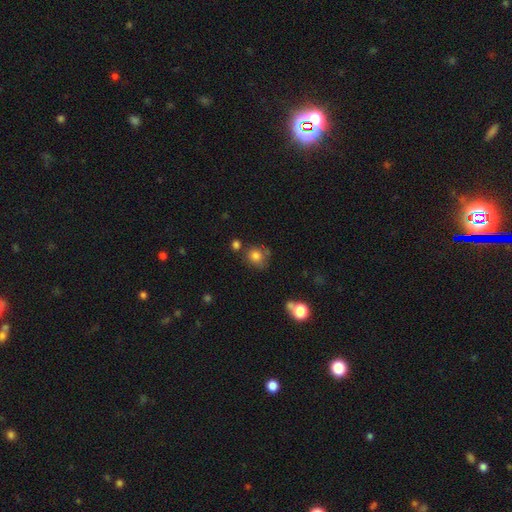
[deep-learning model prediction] Overall: smooth (80%). How rounded: round (78%). Merging: none (64%).